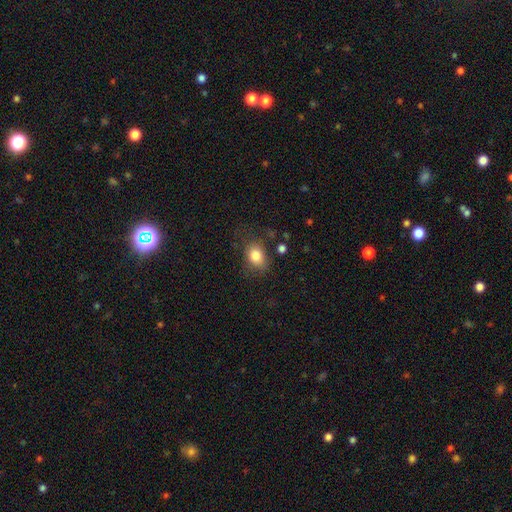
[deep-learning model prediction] A smooth galaxy with no disk features (82%) that is in between round and cigar-shaped (58%). Merging: none (67%).